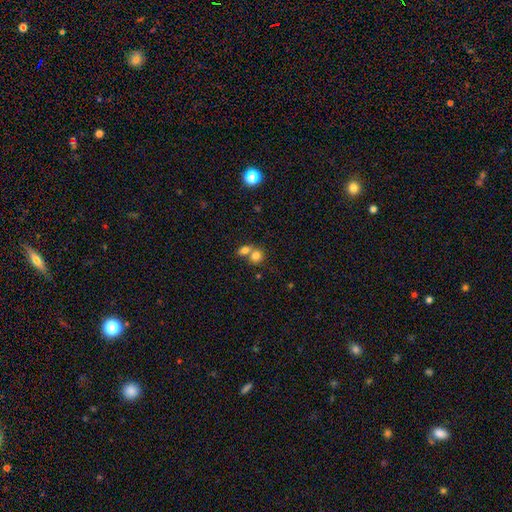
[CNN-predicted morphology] Smooth or featured? Predicted: smooth (p=0.78). How rounded? Predicted: round (p=0.72). Merging? Predicted: merger (p=0.57).